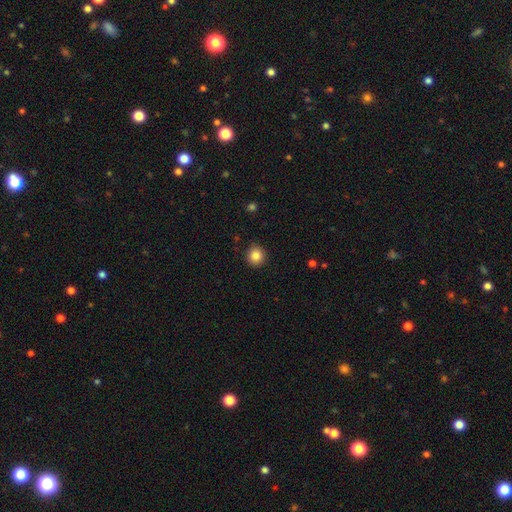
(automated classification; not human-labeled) Smooth or featured? Predicted: smooth (p=0.85). How rounded? Predicted: round (p=0.92). Merging? Predicted: none (p=0.90).